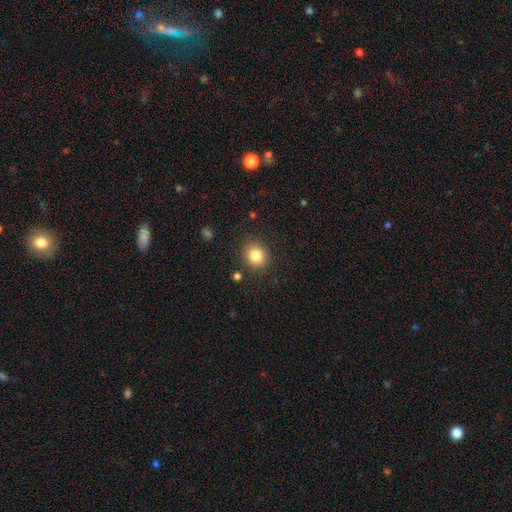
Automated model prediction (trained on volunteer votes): Q: Smooth or featured?
A: smooth (83%); runner-up: star or artifact (11%)
Q: How rounded?
A: round (75%); runner-up: in between (24%)
Q: Merging?
A: none (85%); runner-up: minor disturbance (9%)